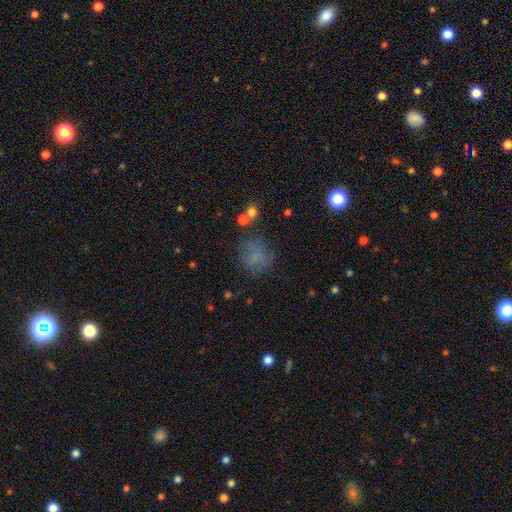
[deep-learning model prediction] Morphology: type=smooth (63%); roundness=round (74%); merging=none (63%).